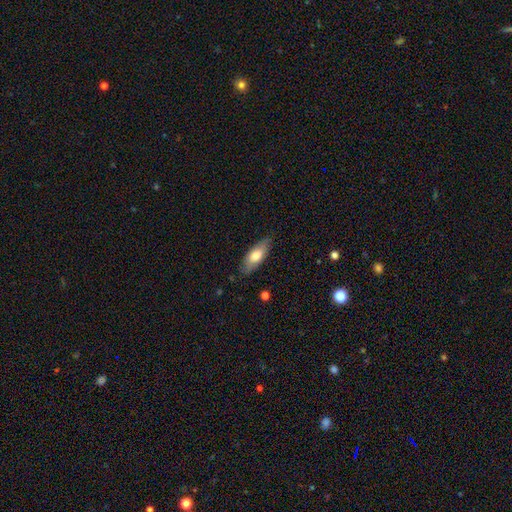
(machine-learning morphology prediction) smooth_or_featured: smooth (p=0.71) [alt: featured or disk p=0.23]
how_rounded: in between (p=0.76) [alt: cigar-shaped p=0.22]
merging: none (p=0.83) [alt: minor disturbance p=0.13]